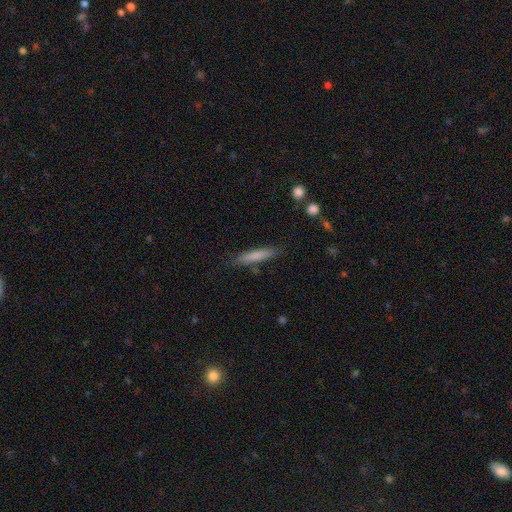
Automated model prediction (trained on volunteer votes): Overall: smooth (77%). How rounded: cigar-shaped (90%). Merging: none (83%).